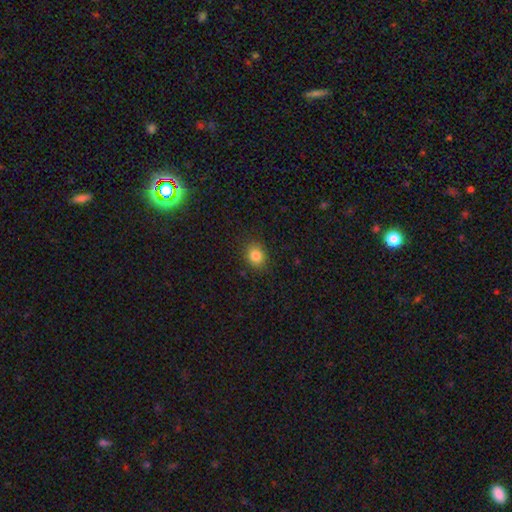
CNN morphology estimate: This appears to be a smooth galaxy with no disk features (83%) that is round (65%). Merging: none (88%).